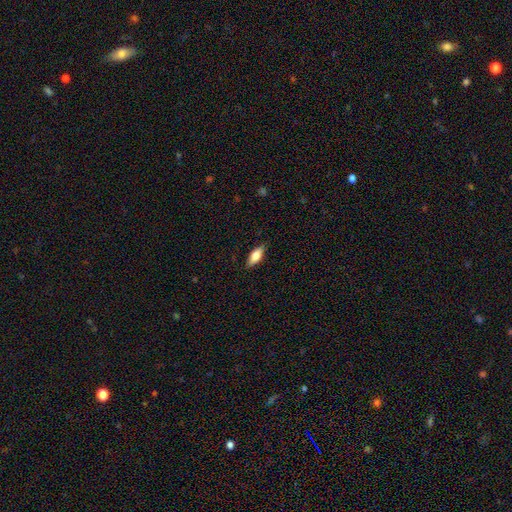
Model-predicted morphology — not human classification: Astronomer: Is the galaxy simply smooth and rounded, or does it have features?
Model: smooth — 73%.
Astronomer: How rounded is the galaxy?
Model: in between — 76%.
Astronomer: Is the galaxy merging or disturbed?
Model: none — 83%.